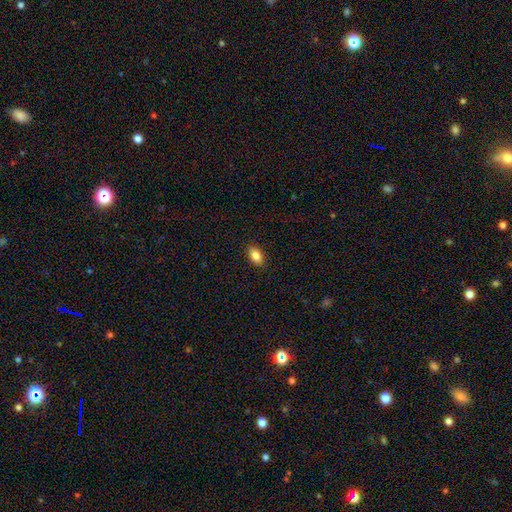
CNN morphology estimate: type=smooth (86%); roundness=in between (90%); merging=none (89%).